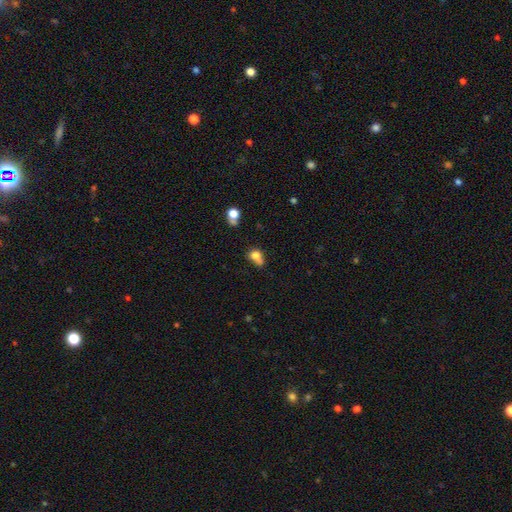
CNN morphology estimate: A smooth galaxy with no disk features (74%) that is round (49%, tied with in between). Merging: none (34%).